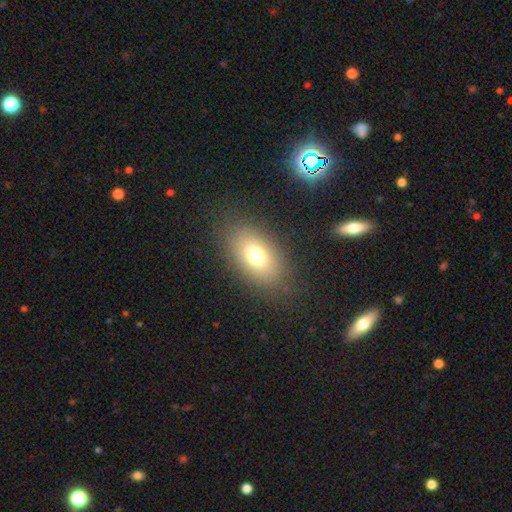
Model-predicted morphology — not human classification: Smooth or featured? Predicted: smooth (p=0.71). How rounded? Predicted: in between (p=0.83). Merging? Predicted: none (p=0.83).